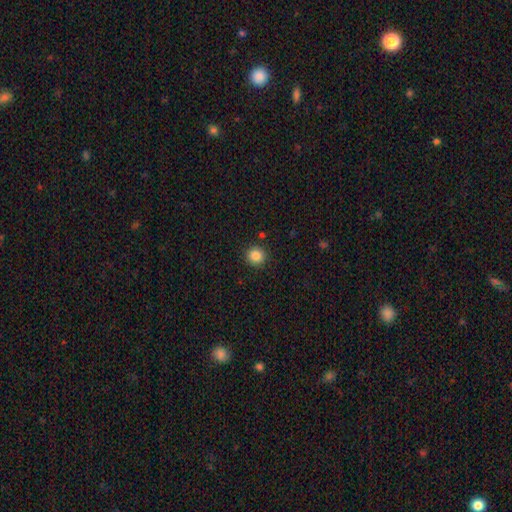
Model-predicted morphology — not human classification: Smooth or featured? Predicted: smooth (p=0.86). How rounded? Predicted: round (p=0.92). Merging? Predicted: none (p=0.90).